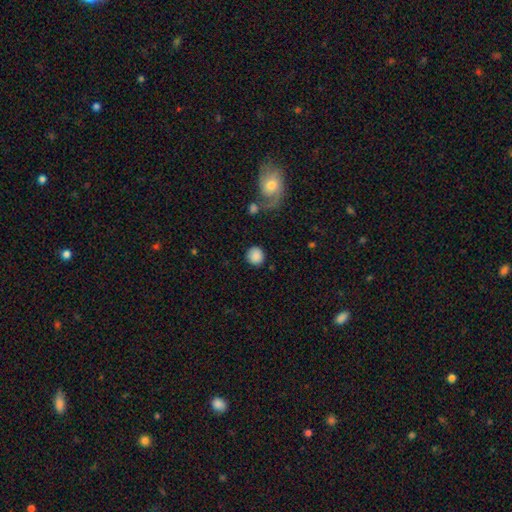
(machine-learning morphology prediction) Smooth or featured: smooth — 84% (featured or disk — 8%)
How rounded: round — 91% (in between — 8%)
Merging: none — 81% (minor disturbance — 9%)